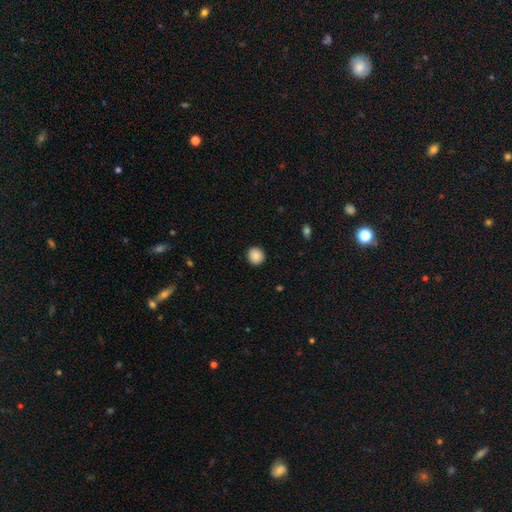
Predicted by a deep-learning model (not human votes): Smooth or featured: smooth — 87% (star or artifact — 8%)
How rounded: round — 93% (in between — 6%)
Merging: none — 92% (minor disturbance — 6%)